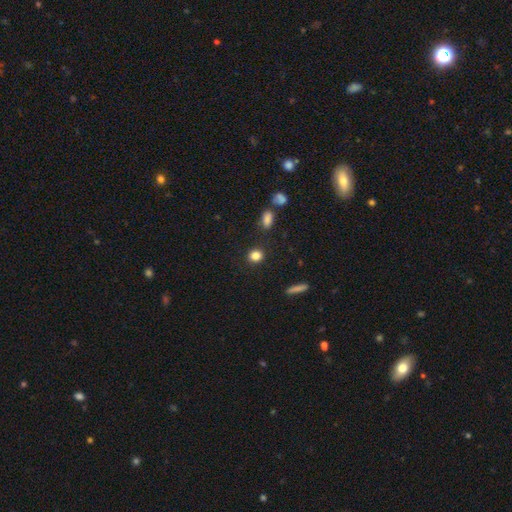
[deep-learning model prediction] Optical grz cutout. It shows a smooth galaxy with no disk features (85%) that is round (74%). Merging: none (88%).